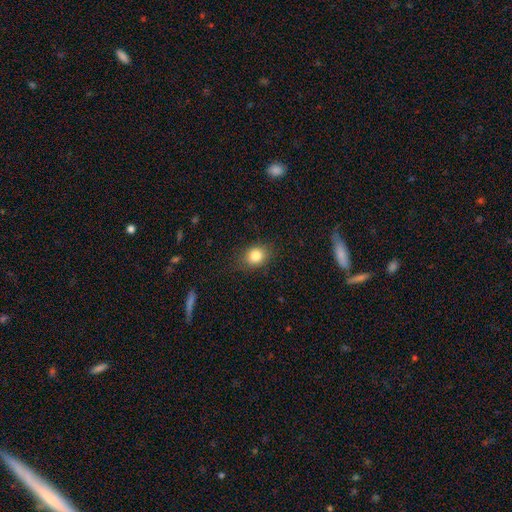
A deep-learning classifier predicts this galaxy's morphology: Q: Smooth or featured?
A: smooth (82%); runner-up: star or artifact (10%)
Q: How rounded?
A: round (57%); runner-up: in between (42%)
Q: Merging?
A: none (84%); runner-up: minor disturbance (12%)